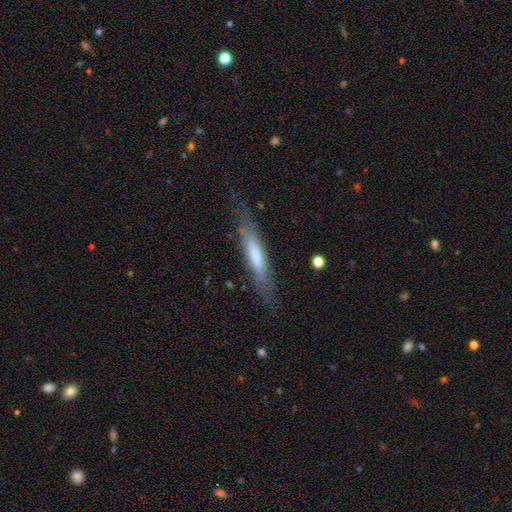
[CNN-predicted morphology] smooth-or-featured: featured or disk: 47% | smooth: 46% | star or artifact: 6%
  merging: none: 72% | minor disturbance: 17% | major disturbance: 8% | merger: 2%